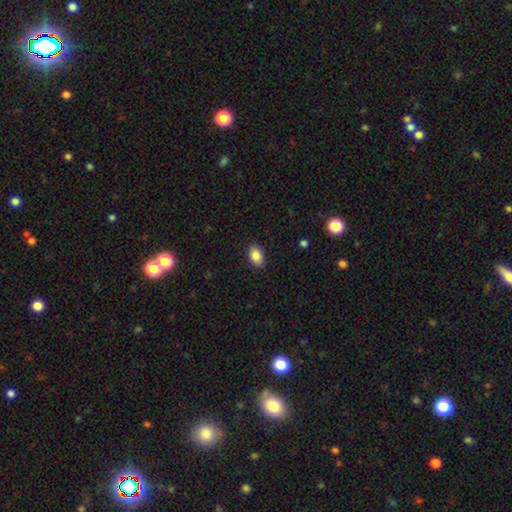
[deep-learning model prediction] The model was most divided on "how rounded": in between: 88%, round: 10%, cigar-shaped: 1%. More confident: merging — none (89%); smooth or featured — smooth (88%).